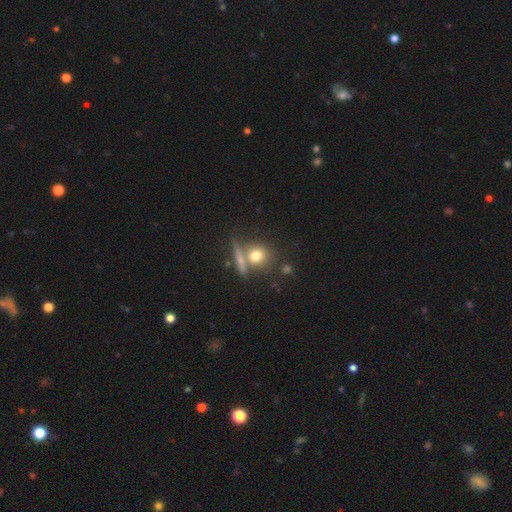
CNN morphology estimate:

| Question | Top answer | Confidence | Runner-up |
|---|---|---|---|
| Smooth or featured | smooth | 71% | featured or disk (18%) |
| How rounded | round | 78% | in between (17%) |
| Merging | none | 54% | merger (29%) |